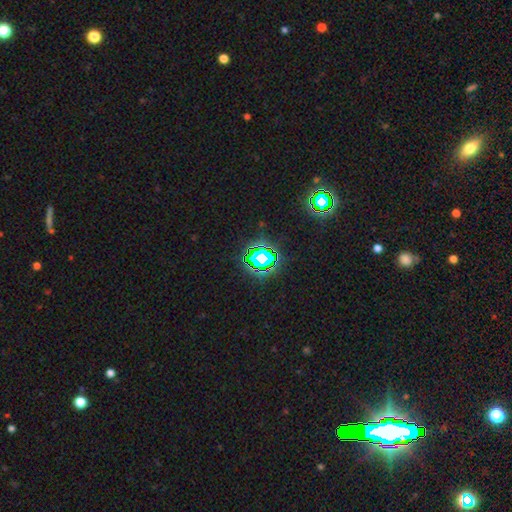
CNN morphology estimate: This is likely a star or artifact rather than a galaxy (74%).